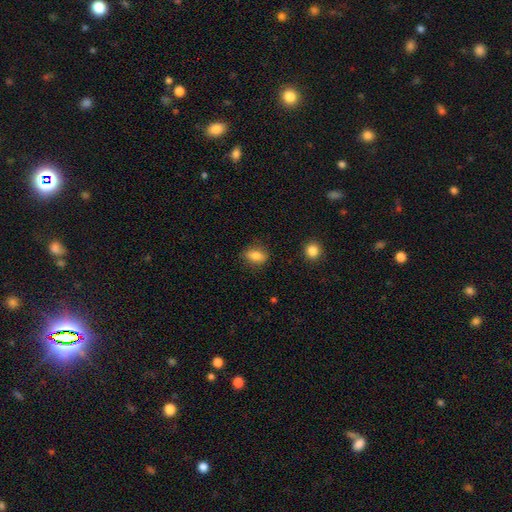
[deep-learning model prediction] This appears to be a smooth galaxy with no disk features (83%) that is in between round and cigar-shaped (75%). Merging: none (82%).